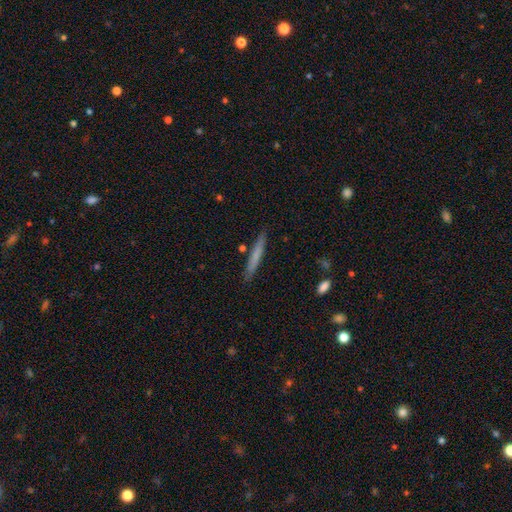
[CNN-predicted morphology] The model was most divided on "smooth or featured": smooth: 67%, featured or disk: 27%, star or artifact: 6%. More confident: how rounded — cigar-shaped (96%); merging — none (88%).